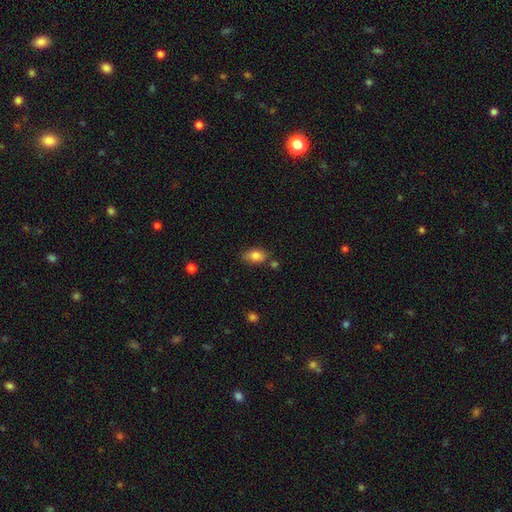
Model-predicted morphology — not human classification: This appears to be a smooth galaxy with no disk features (82%) that is in between round and cigar-shaped (85%). Merging: none (73%).